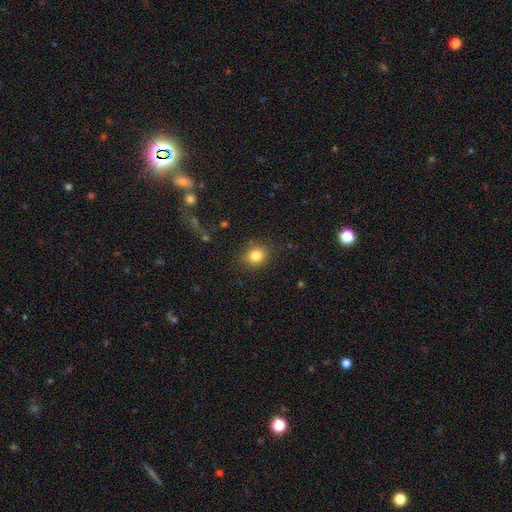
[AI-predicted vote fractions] smooth_or_featured: smooth (p=0.83) [alt: star or artifact p=0.11]
how_rounded: round (p=0.74) [alt: in between p=0.25]
merging: none (p=0.85) [alt: minor disturbance p=0.10]